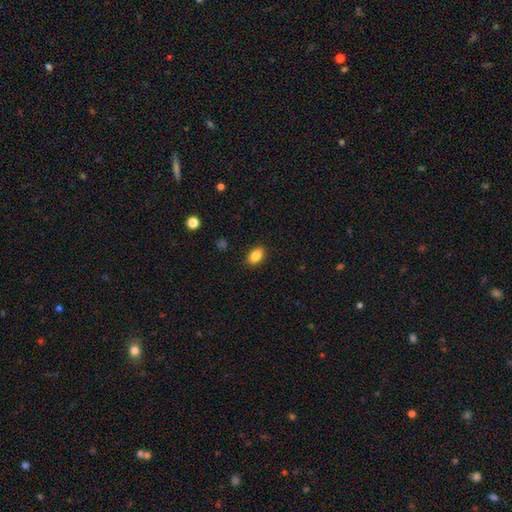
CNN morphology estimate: Smooth or featured? Predicted: smooth (p=0.85). How rounded? Predicted: in between (p=0.80). Merging? Predicted: none (p=0.88).